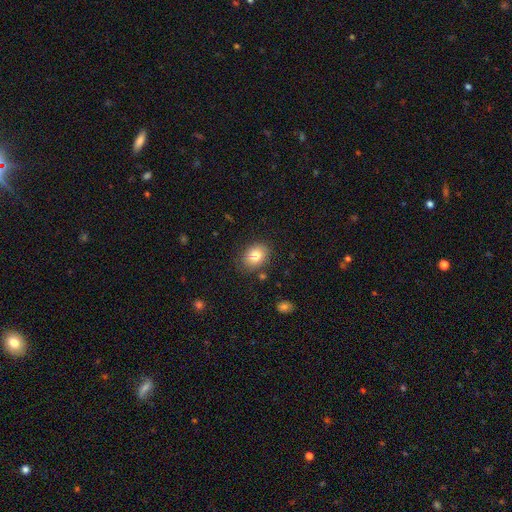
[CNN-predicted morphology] smooth-or-featured: smooth: 80% | featured or disk: 11% | star or artifact: 9%
  how-rounded: in between: 63% | round: 36% | cigar-shaped: 1%
  merging: none: 83% | minor disturbance: 12% | major disturbance: 3% | merger: 2%